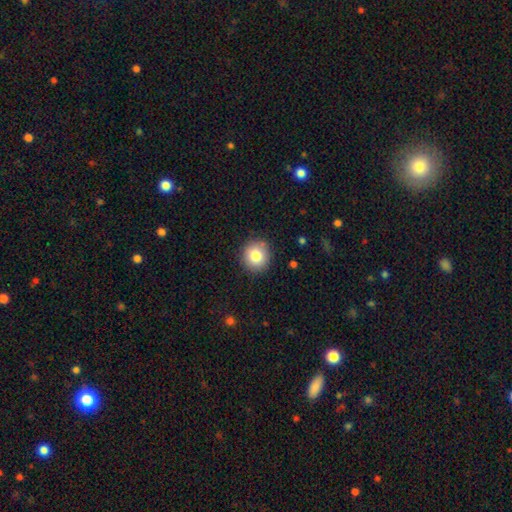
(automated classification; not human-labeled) This is clearly a smooth galaxy (81%). How rounded: clearly round (91%). Merging: clearly none (88%).